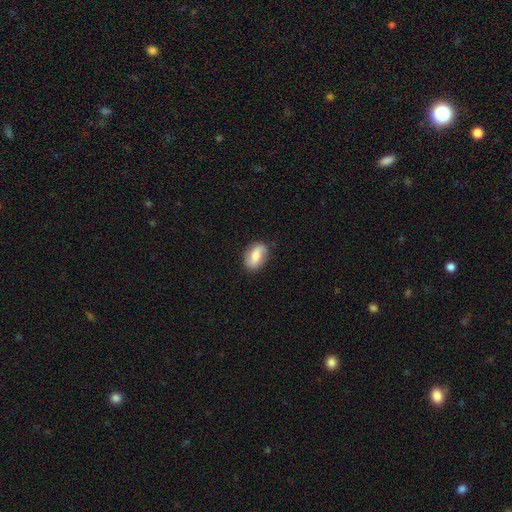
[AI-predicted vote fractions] The model was most divided on "smooth or featured": smooth: 59%, featured or disk: 33%, star or artifact: 7%. More confident: how rounded — in between (86%); merging — none (81%).